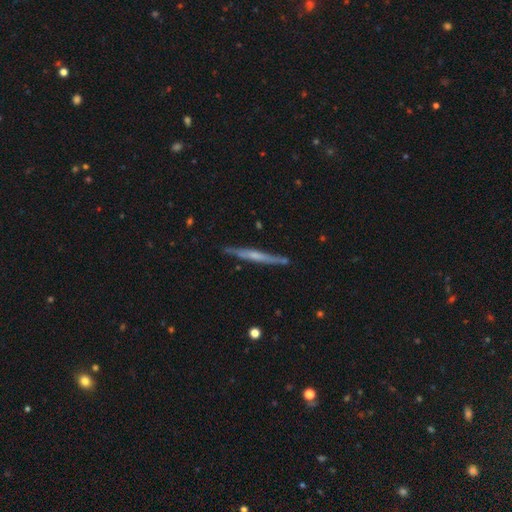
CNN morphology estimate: Q: Smooth or featured?
A: featured or disk (65%); runner-up: smooth (29%)
Q: Edge-on disk?
A: yes (97%); runner-up: no (3%)
Q: Edge-on bulge?
A: none (49%); runner-up: rounded (41%)
Q: Merging?
A: none (87%); runner-up: minor disturbance (10%)